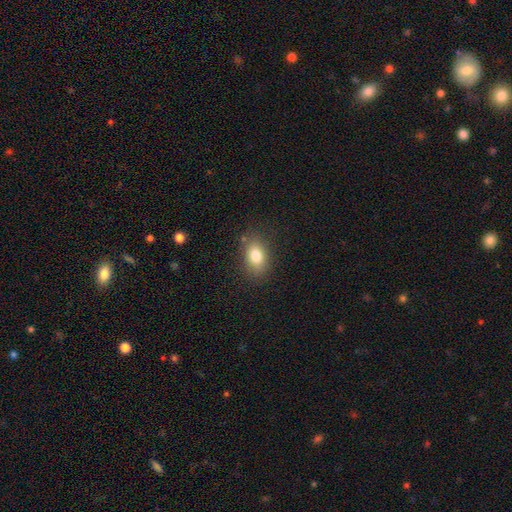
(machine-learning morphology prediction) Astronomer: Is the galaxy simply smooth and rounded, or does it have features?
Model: smooth — 80%.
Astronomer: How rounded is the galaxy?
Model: in between — 82%.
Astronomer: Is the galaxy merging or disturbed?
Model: none — 82%.